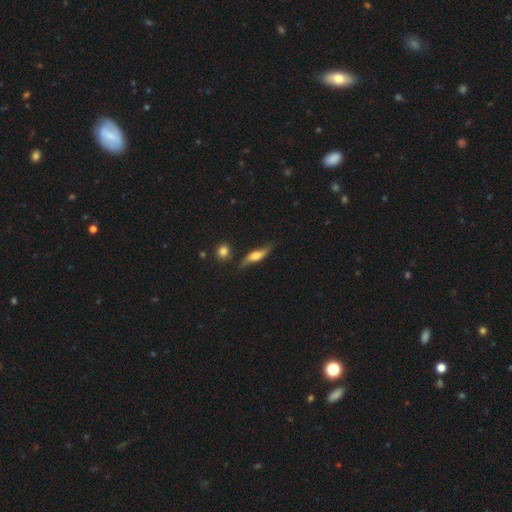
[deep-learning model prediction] smooth-or-featured: featured or disk: 59% | smooth: 34% | star or artifact: 7%
  disk-edge-on: yes: 62% | no: 38%
  merging: none: 67% | minor disturbance: 23% | major disturbance: 6% | merger: 4%